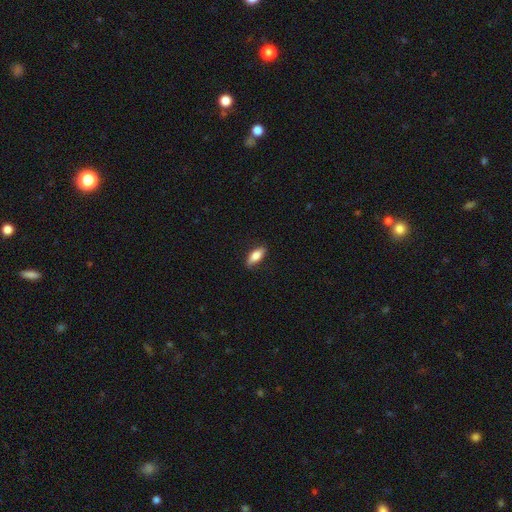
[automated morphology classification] This appears to be a smooth galaxy with no disk features (79%) that is in between round and cigar-shaped (75%). Merging: none (81%).